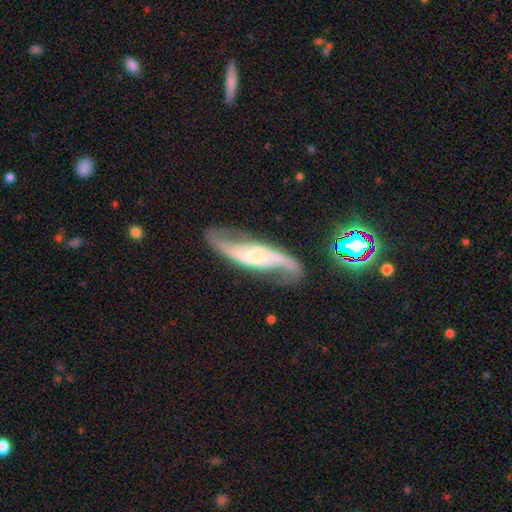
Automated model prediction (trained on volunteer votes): A featured or disk galaxy (83%) with a weak bar (40%), 2 (92%) loose (64%) spiral arms (96%) and a moderate central bulge (35%).

Vote fractions:
- Smooth or featured? featured or disk: 83% / smooth: 10% / star or artifact: 6%
- Edge-on disk? no: 86% / yes: 14%
- Bar? weak: 40% / no: 37% / strong: 23%
- Spiral arms? yes: 96% / no: 4%
- Spiral winding? loose: 64% / medium: 28% / tight: 7%
- Spiral arm count? 2: 92% / can't tell: 3% / 1: 2% / 3: 1% / 4: 1% / more than 4: 1%
- Bulge size? moderate: 35% / small: 30% / none: 16% / large: 16% / dominant: 3%
- Merging? none: 71% / minor disturbance: 17% / major disturbance: 9% / merger: 3%